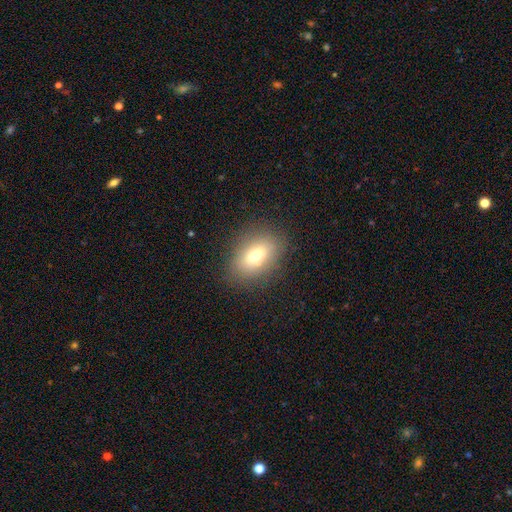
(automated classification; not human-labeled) smooth_or_featured: smooth (p=0.70) [alt: featured or disk p=0.17]
how_rounded: in between (p=0.78) [alt: round p=0.20]
merging: none (p=0.83) [alt: minor disturbance p=0.11]